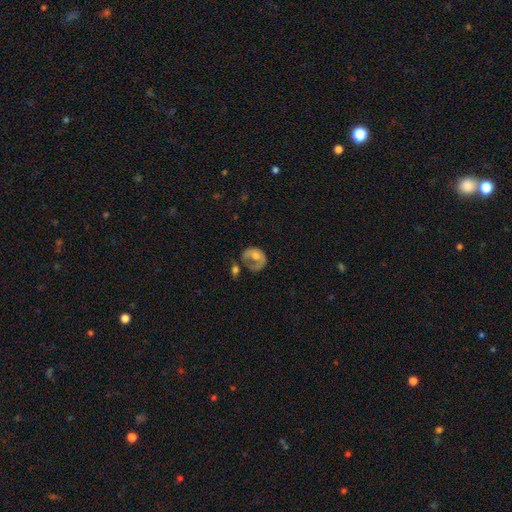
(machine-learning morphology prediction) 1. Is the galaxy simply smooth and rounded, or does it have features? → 48% featured or disk, 44% smooth, 8% star or artifact.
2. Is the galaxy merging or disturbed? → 37% major disturbance, 26% none, 21% minor disturbance, 15% merger.